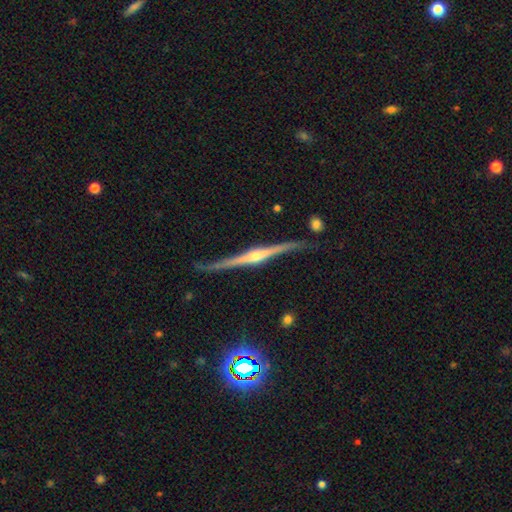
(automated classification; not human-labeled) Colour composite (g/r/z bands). It shows a featured or disk galaxy (88%) viewed edge-on (97%) with a rounded central bulge (86%). Merging: none (82%).